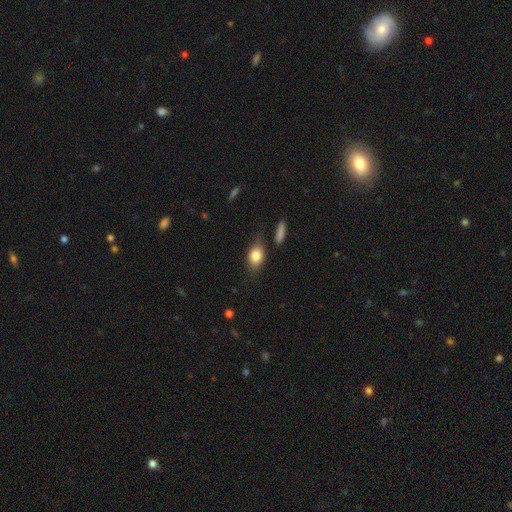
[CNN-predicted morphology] Smooth or featured? Predicted: smooth (p=0.80). How rounded? Predicted: in between (p=0.74). Merging? Predicted: none (p=0.64).